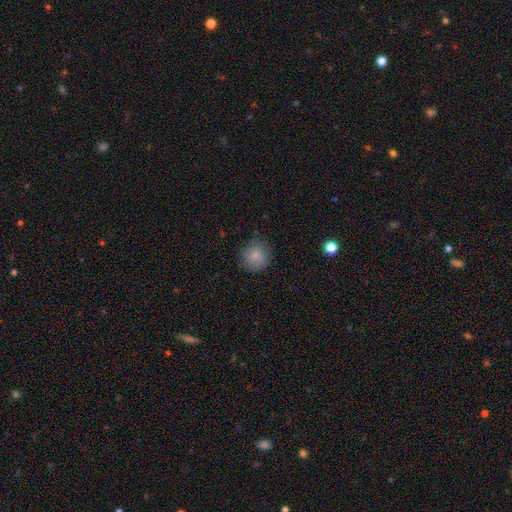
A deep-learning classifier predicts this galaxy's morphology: Smooth or featured? smooth (82%)
How rounded? round (91%)
Merging? none (81%)